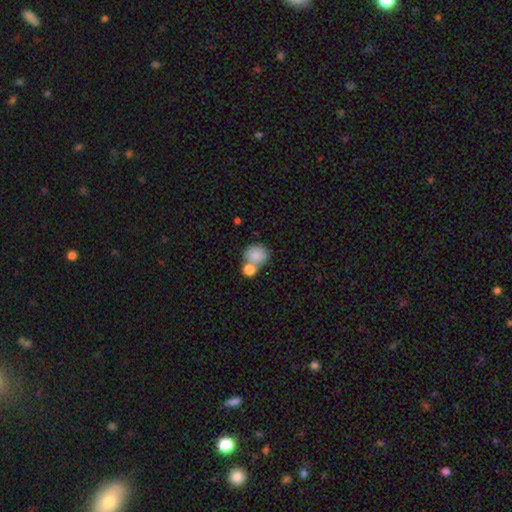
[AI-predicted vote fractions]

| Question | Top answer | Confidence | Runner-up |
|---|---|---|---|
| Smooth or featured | smooth | 84% | star or artifact (8%) |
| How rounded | round | 76% | in between (23%) |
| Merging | none | 49% | merger (36%) |